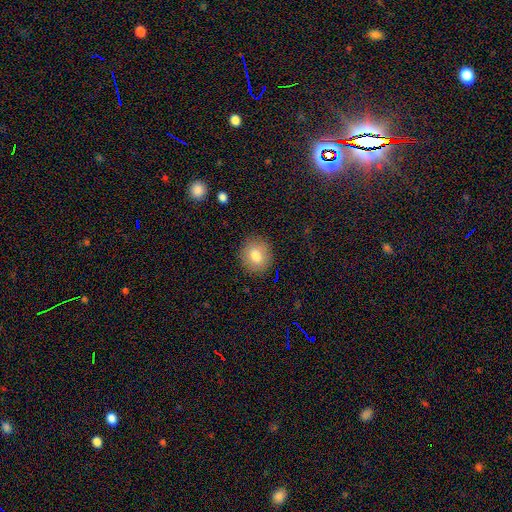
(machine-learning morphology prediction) smooth 78%, featured or disk 12%, star or artifact 9%. Down the decision tree: how rounded — round (76%); merging — none (87%).